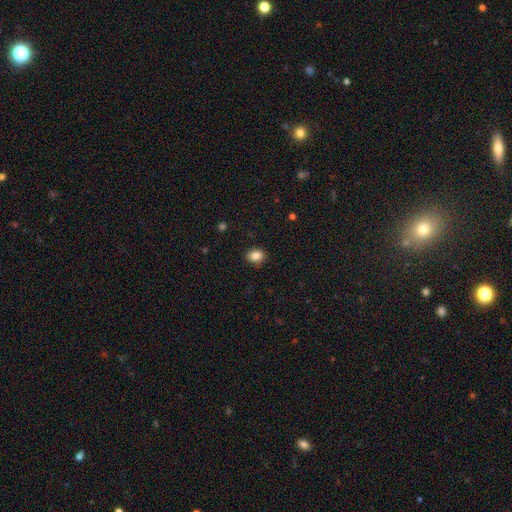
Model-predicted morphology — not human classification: Q: Smooth or featured?
A: smooth (85%); runner-up: star or artifact (10%)
Q: How rounded?
A: in between (53%); runner-up: round (46%)
Q: Merging?
A: none (87%); runner-up: minor disturbance (9%)